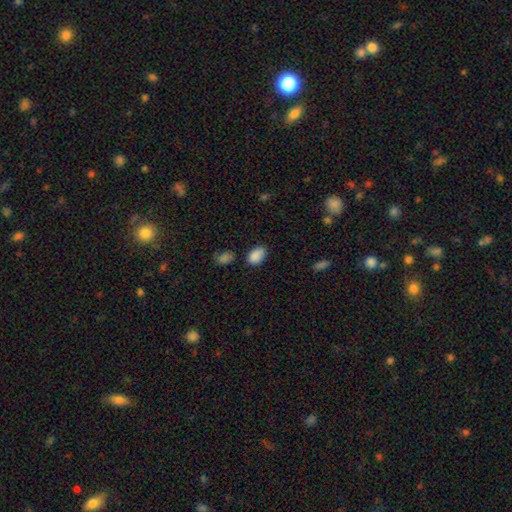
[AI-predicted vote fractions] Smooth or featured? Predicted: smooth (p=0.87). How rounded? Predicted: in between (p=0.88). Merging? Predicted: none (p=0.75).